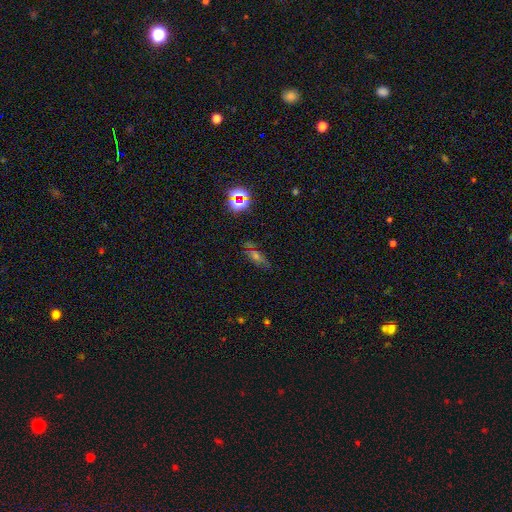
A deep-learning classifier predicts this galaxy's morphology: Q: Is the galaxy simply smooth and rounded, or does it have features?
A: smooth — 40%.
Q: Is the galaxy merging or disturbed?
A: none — 69%.